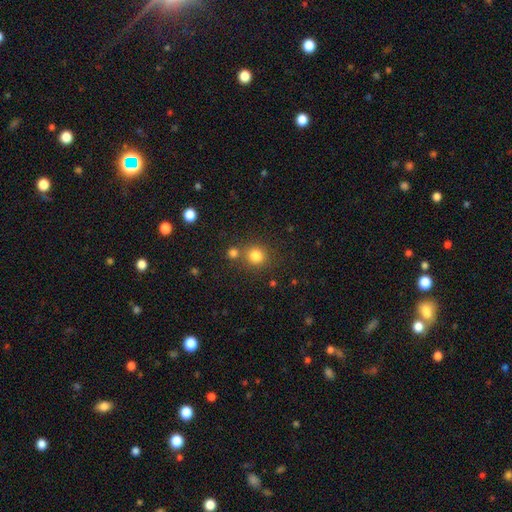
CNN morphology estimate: Smooth or featured: smooth — 81% (star or artifact — 13%)
How rounded: round — 88% (in between — 11%)
Merging: none — 70% (merger — 19%)